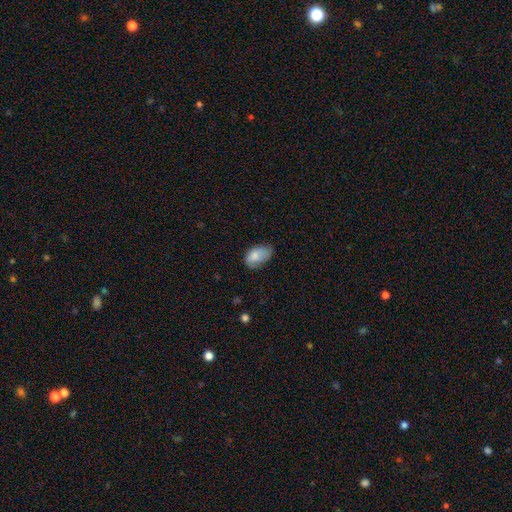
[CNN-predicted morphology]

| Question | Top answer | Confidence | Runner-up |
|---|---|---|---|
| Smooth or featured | smooth | 79% | featured or disk (14%) |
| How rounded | in between | 91% | round (7%) |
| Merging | none | 48% | minor disturbance (39%) |